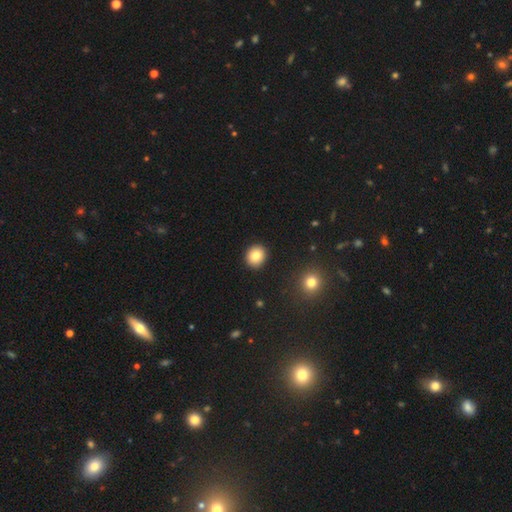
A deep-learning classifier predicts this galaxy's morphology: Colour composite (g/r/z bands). It shows a smooth galaxy with no disk features (83%) that is round (79%). Merging: none (92%).